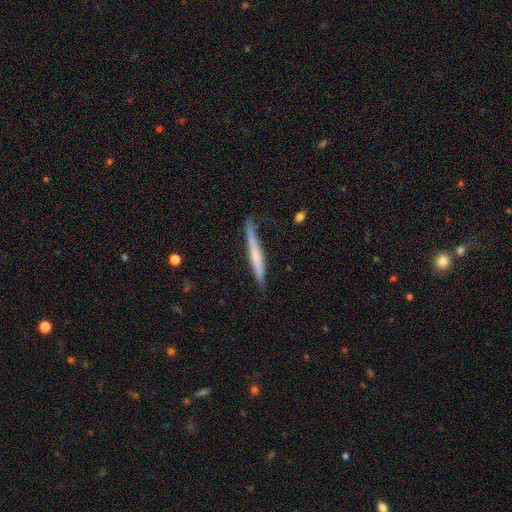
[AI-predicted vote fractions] smooth-or-featured: featured or disk: 48% | smooth: 47% | star or artifact: 6%
  merging: none: 75% | minor disturbance: 19% | major disturbance: 4% | merger: 2%